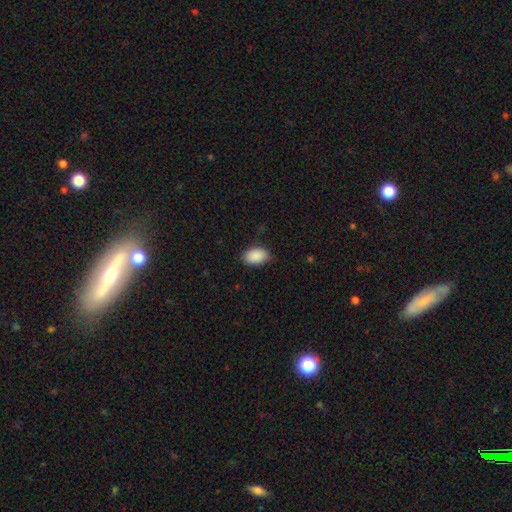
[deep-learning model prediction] Morphology: type=smooth (90%); roundness=in between (92%); merging=none (83%).